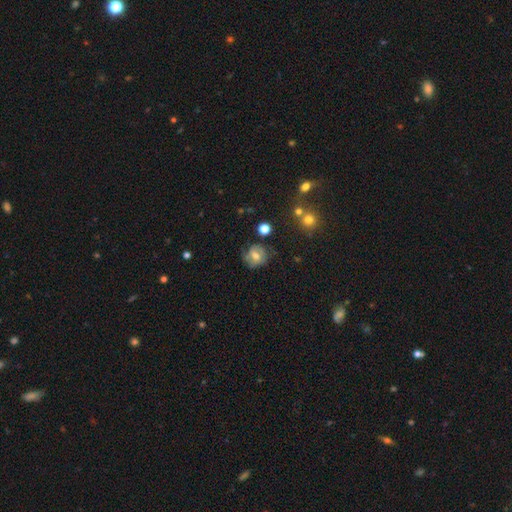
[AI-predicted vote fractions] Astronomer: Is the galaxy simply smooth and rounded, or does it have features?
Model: smooth — 48% (runner-up: featured or disk, 41%).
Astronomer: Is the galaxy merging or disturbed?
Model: none — 65%.